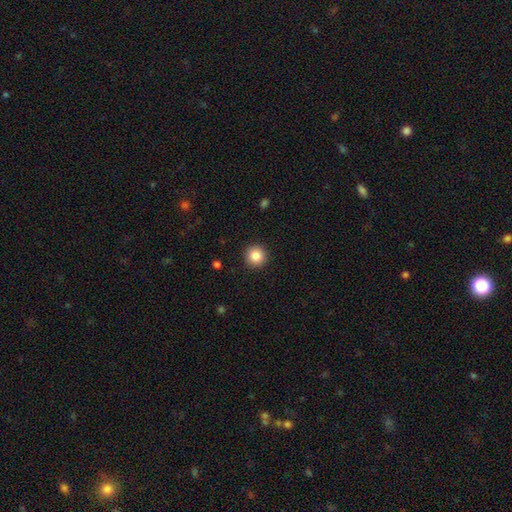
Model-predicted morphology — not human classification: Smooth or featured: smooth — 86% (star or artifact — 10%)
How rounded: round — 95% (in between — 4%)
Merging: none — 92% (minor disturbance — 5%)